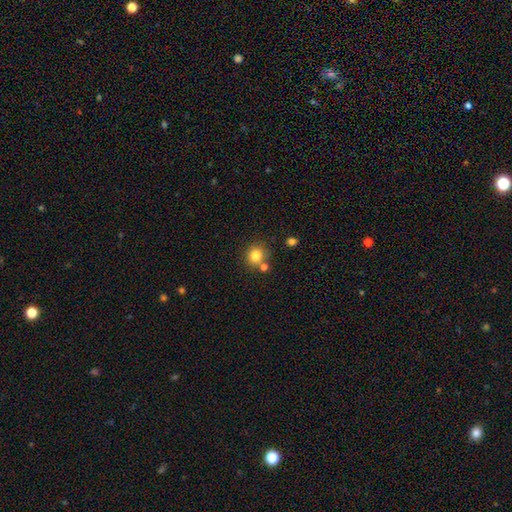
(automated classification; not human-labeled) Smooth or featured?
  - smooth: 82% *
  - star or artifact: 11%
  - featured or disk: 7%
How rounded?
  - round: 88% *
  - in between: 11%
  - cigar-shaped: 1%
Merging?
  - none: 73% *
  - merger: 14%
  - minor disturbance: 10%
  - major disturbance: 3%